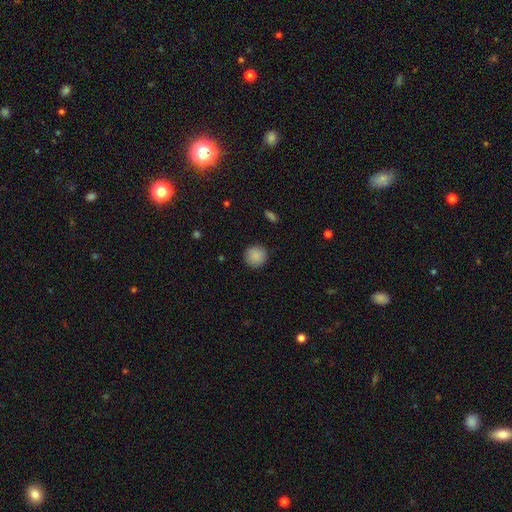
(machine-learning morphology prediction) This appears to be a smooth galaxy with no disk features (88%) that is round (93%). Merging: none (90%).